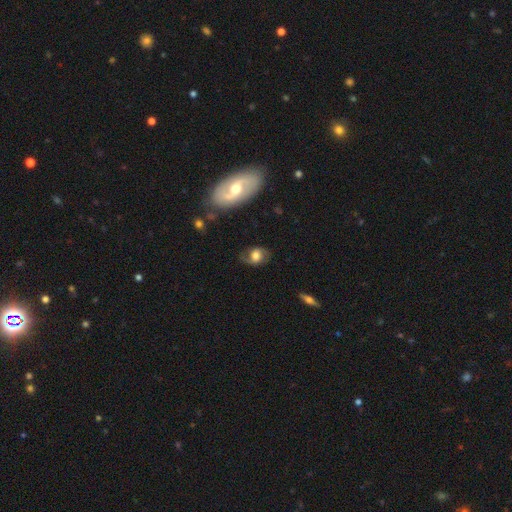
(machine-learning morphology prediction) Q: Smooth or featured?
A: smooth (49%); runner-up: featured or disk (42%)
Q: Merging?
A: none (65%); runner-up: minor disturbance (23%)